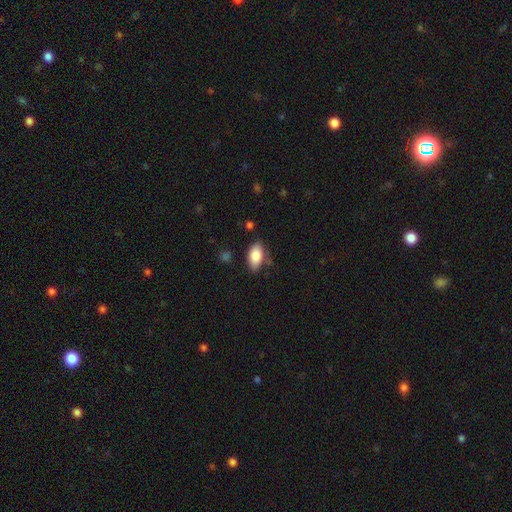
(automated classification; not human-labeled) smooth_or_featured: smooth (p=0.83) [alt: featured or disk p=0.10]
how_rounded: in between (p=0.92) [alt: round p=0.04]
merging: none (p=0.73) [alt: minor disturbance p=0.20]